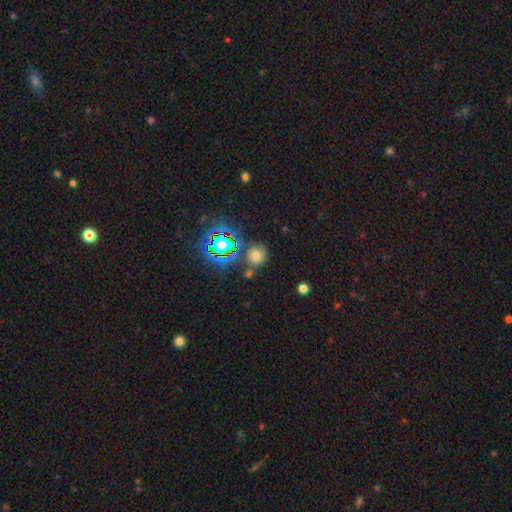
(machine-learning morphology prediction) A smooth galaxy with no disk features (62%) that is round (79%). Merging: none (71%).